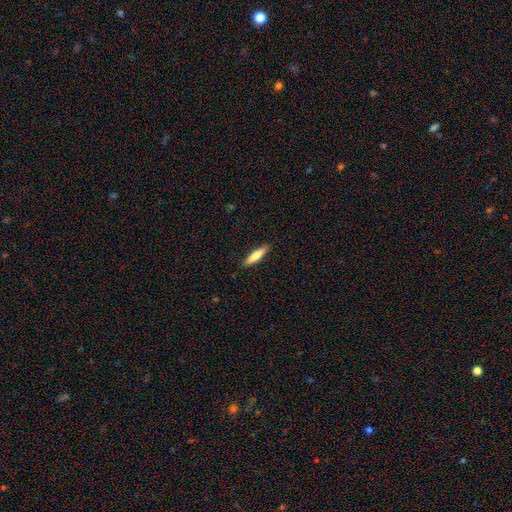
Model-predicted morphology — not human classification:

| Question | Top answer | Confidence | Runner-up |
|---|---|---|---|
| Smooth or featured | smooth | 77% | featured or disk (17%) |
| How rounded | cigar-shaped | 80% | in between (18%) |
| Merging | none | 88% | minor disturbance (9%) |